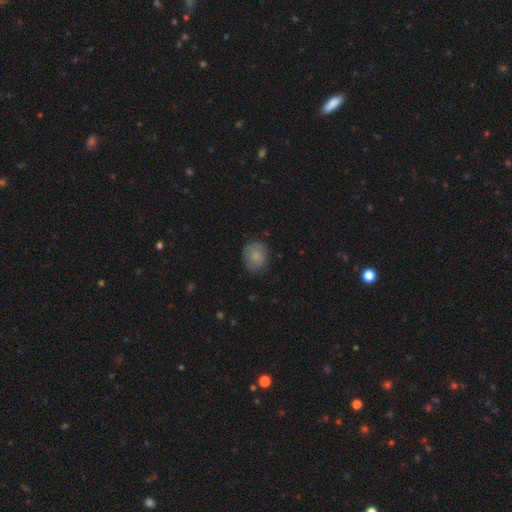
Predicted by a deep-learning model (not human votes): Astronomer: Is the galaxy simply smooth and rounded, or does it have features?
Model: smooth — 80%.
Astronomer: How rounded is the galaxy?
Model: round — 64%.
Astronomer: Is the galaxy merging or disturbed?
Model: none — 73%.